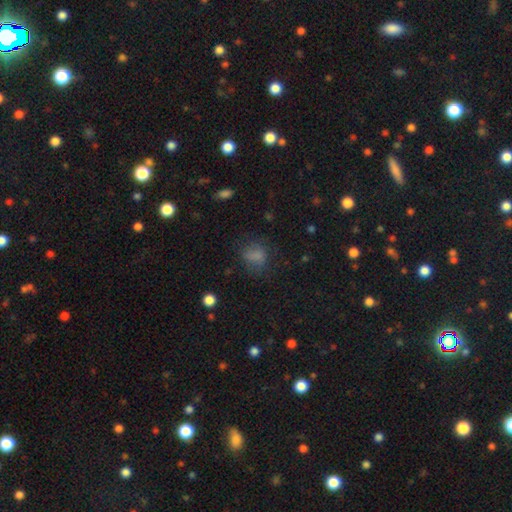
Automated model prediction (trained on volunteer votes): smooth-or-featured: smooth: 75% | star or artifact: 14% | featured or disk: 11%
  how-rounded: round: 58% | in between: 41% | cigar-shaped: 1%
  merging: none: 59% | minor disturbance: 22% | major disturbance: 16% | merger: 2%